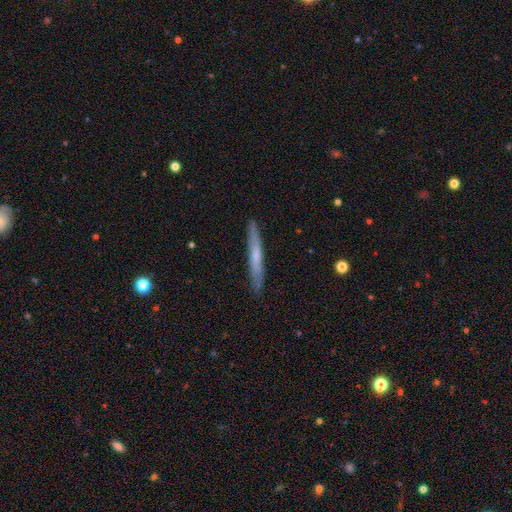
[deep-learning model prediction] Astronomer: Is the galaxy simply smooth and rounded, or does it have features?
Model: smooth — 50% (runner-up: featured or disk, 44%).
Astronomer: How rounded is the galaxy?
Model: cigar-shaped — 96%.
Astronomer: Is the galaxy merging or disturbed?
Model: none — 89%.